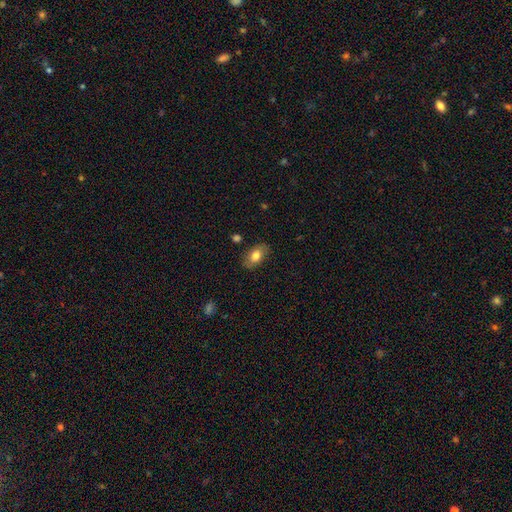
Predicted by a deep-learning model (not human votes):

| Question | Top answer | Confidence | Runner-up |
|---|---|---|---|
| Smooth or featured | smooth | 78% | featured or disk (15%) |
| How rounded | in between | 90% | round (8%) |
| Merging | none | 83% | minor disturbance (12%) |